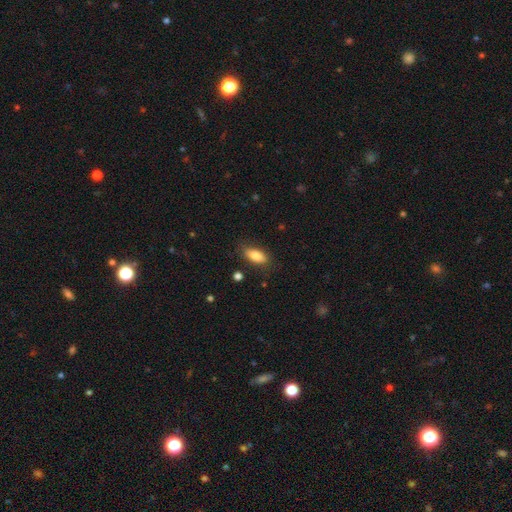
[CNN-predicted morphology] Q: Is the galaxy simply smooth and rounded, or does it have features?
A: smooth — 83%.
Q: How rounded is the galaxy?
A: in between — 88%.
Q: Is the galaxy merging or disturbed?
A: none — 79%.